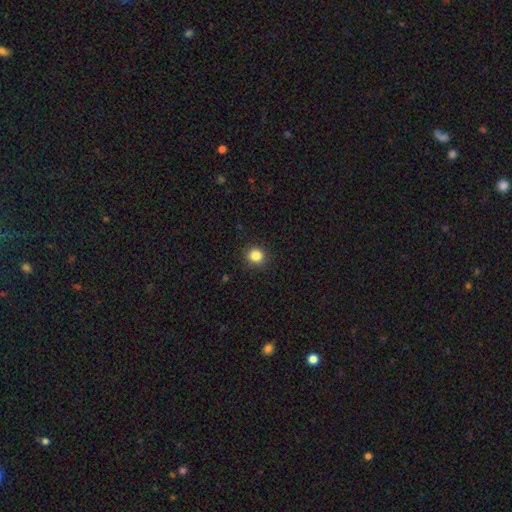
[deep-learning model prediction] Smooth or featured?
  - smooth: 84% *
  - star or artifact: 12%
  - featured or disk: 4%
How rounded?
  - round: 90% *
  - in between: 9%
  - cigar-shaped: 1%
Merging?
  - none: 91% *
  - minor disturbance: 6%
  - major disturbance: 2%
  - merger: 1%